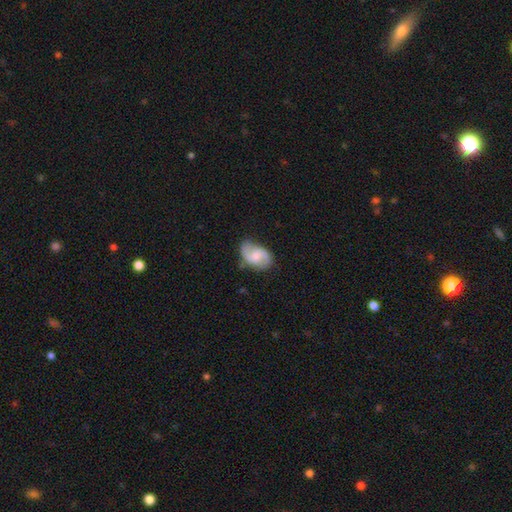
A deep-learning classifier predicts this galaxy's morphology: A featured or disk galaxy (74%) with a weak bar (48%), 2 (91%) medium (47%) spiral arms (95%) and a moderate central bulge (42%).

Vote fractions:
- Smooth or featured? featured or disk: 74% / smooth: 20% / star or artifact: 6%
- Edge-on disk? no: 98% / yes: 2%
- Bar? weak: 48% / no: 44% / strong: 8%
- Spiral arms? yes: 95% / no: 5%
- Spiral winding? medium: 47% / loose: 39% / tight: 14%
- Spiral arm count? 2: 91% / can't tell: 4% / 1: 2% / 3: 1% / 4: 1% / more than 4: 1%
- Bulge size? moderate: 42% / small: 36% / none: 15% / large: 6% / dominant: 1%
- Merging? none: 76% / minor disturbance: 18% / major disturbance: 5% / merger: 2%